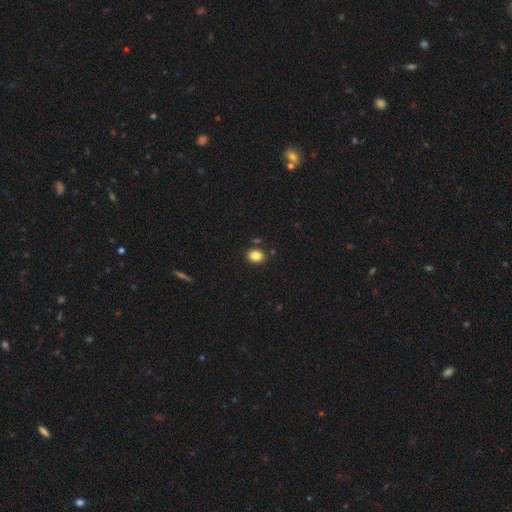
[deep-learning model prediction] Smooth or featured?
  - smooth: 84% *
  - star or artifact: 10%
  - featured or disk: 6%
How rounded?
  - in between: 52% *
  - round: 47%
  - cigar-shaped: 1%
Merging?
  - none: 85% *
  - minor disturbance: 9%
  - merger: 4%
  - major disturbance: 2%